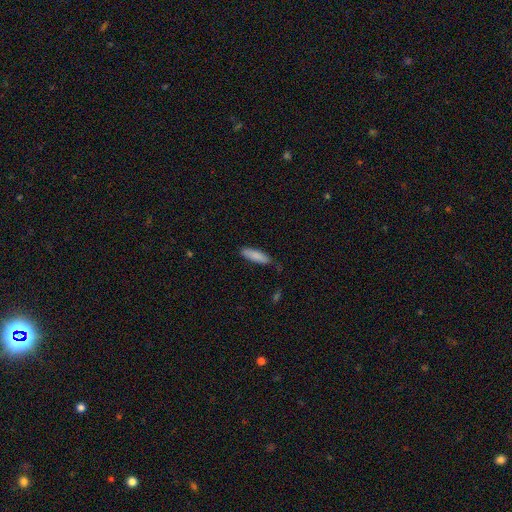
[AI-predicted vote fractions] Q: Smooth or featured?
A: smooth (86%); runner-up: featured or disk (8%)
Q: How rounded?
A: cigar-shaped (58%); runner-up: in between (41%)
Q: Merging?
A: none (77%); runner-up: minor disturbance (18%)